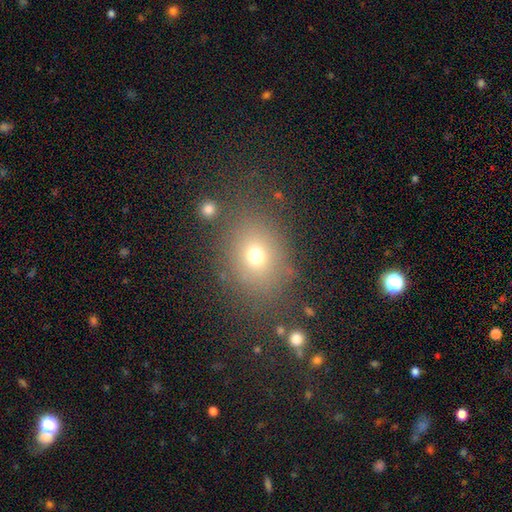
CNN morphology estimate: This is likely a smooth galaxy (68%). How rounded: possibly in between (50%). Merging: likely none (76%).